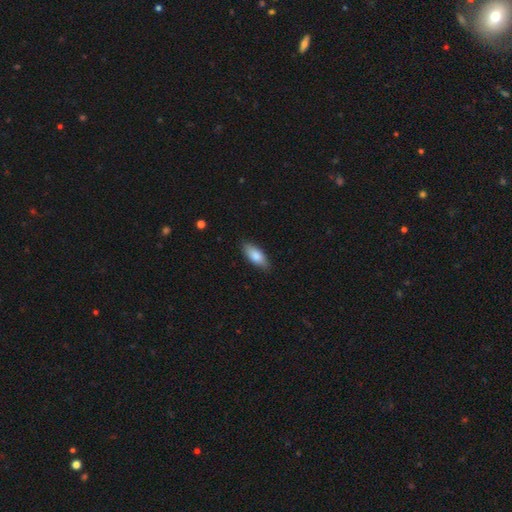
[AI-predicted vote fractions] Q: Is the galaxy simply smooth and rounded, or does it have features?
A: smooth — 82%.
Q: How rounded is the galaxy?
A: in between — 79%.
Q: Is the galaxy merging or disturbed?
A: none — 84%.